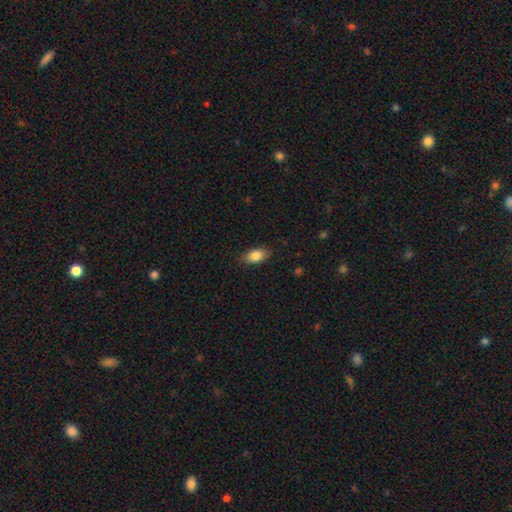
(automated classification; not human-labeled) smooth_or_featured: smooth (p=0.84) [alt: featured or disk p=0.09]
how_rounded: in between (p=0.89) [alt: round p=0.05]
merging: none (p=0.86) [alt: minor disturbance p=0.10]